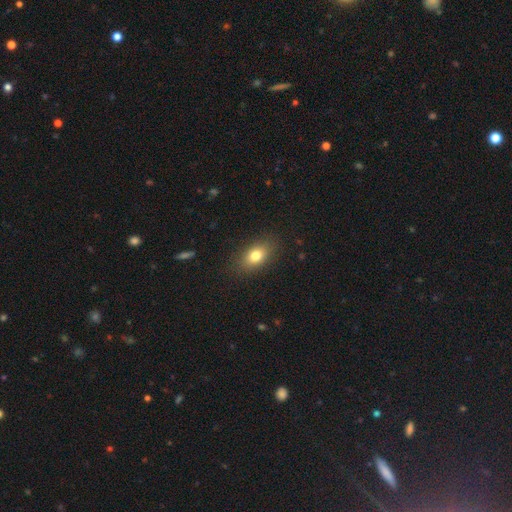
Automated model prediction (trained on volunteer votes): The model was most divided on "how rounded": in between: 82%, round: 14%, cigar-shaped: 3%. More confident: merging — none (86%); smooth or featured — smooth (79%).